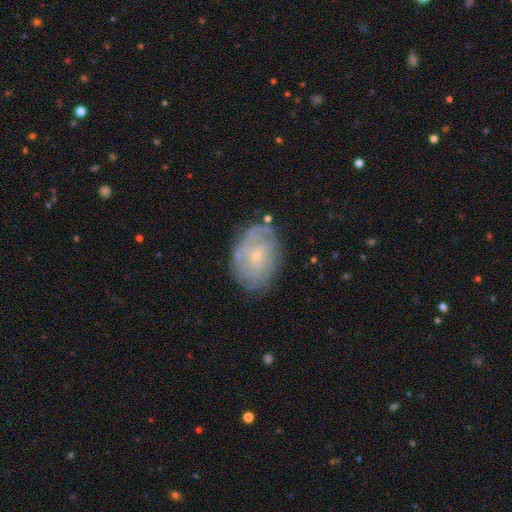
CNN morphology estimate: This appears to be a featured or disk galaxy (72%) with no bar (78%), tight (72%) spiral arms (86%) and a small central bulge (83%). Merging: none (76%).